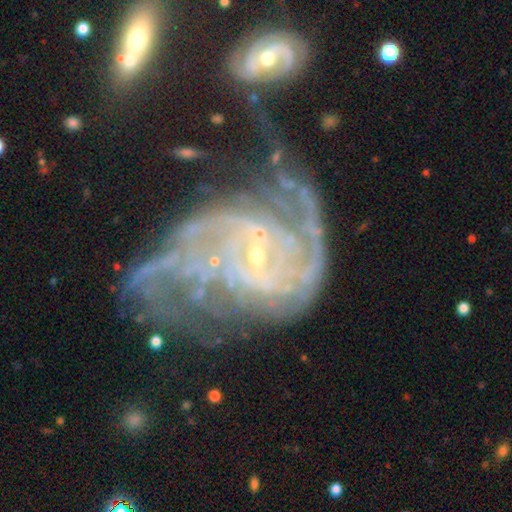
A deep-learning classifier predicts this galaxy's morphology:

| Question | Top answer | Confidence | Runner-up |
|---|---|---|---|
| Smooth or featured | featured or disk | 88% | star or artifact (7%) |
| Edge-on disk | no | 98% | yes (2%) |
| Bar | no | 49% | weak (37%) |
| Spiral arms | yes | 95% | no (5%) |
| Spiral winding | medium | 41% | tight (37%) |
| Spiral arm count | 2 | 35% | can't tell (23%) |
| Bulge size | small | 83% | moderate (9%) |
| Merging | major disturbance | 33% | none (25%) |